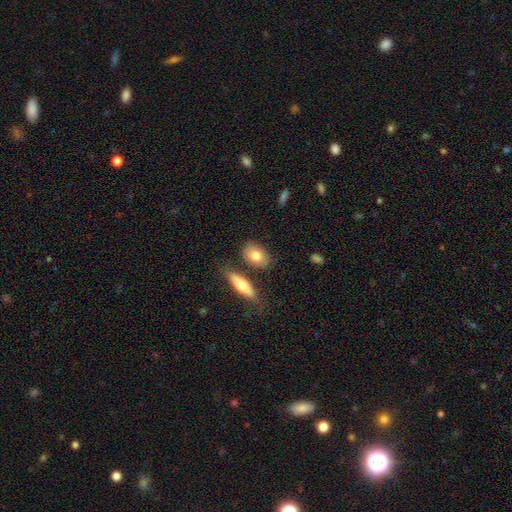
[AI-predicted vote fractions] Morphology: type=smooth (73%); roundness=in between (81%); merging=none (72%).